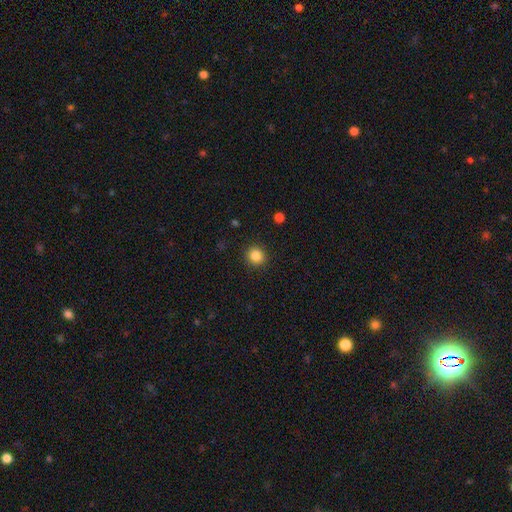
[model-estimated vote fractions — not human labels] Smooth or featured?
  - smooth: 85% *
  - star or artifact: 11%
  - featured or disk: 4%
How rounded?
  - round: 91% *
  - in between: 8%
  - cigar-shaped: 1%
Merging?
  - none: 91% *
  - minor disturbance: 6%
  - major disturbance: 2%
  - merger: 1%